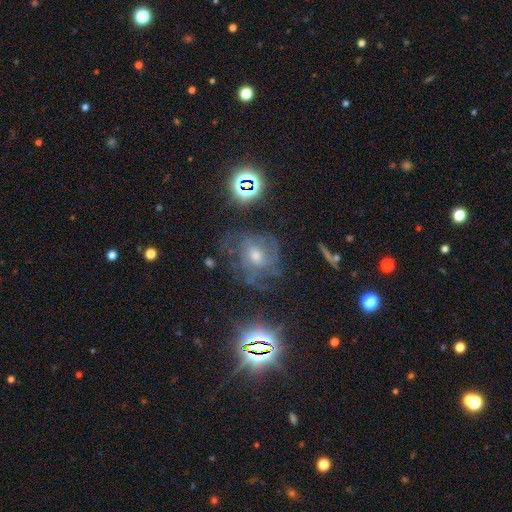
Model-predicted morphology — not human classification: The model was most divided on "bulge size": moderate: 53%, small: 36%, large: 5%, none: 4%, dominant: 1%. More confident: edge-on disk — no (96%); spiral arms — yes (78%); merging — none (59%); smooth or featured — featured or disk (59%); bar — no (56%).